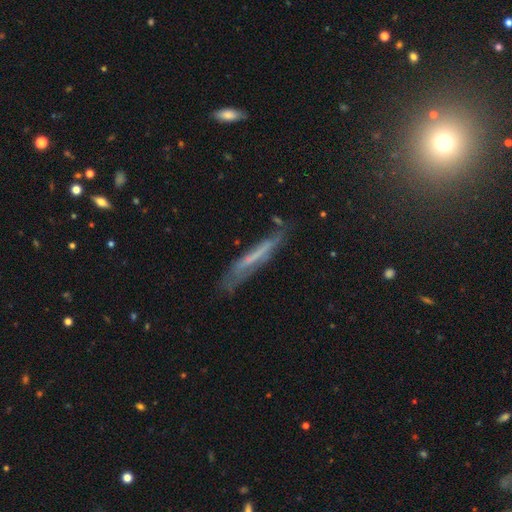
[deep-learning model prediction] A featured or disk galaxy (52%) viewed edge-on (73%). Merging: none (63%).